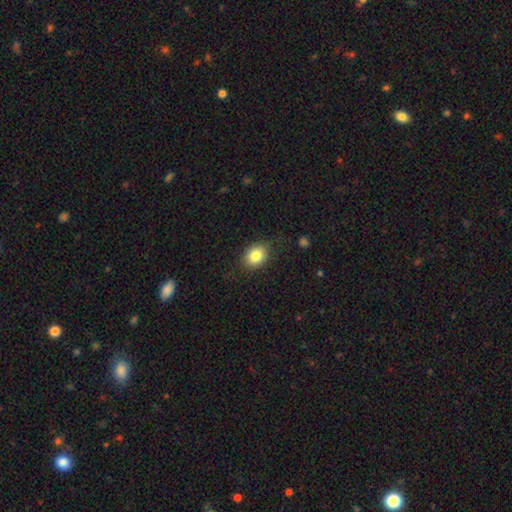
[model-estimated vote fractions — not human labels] Morphology: type=smooth (83%); roundness=in between (56%); merging=none (80%).